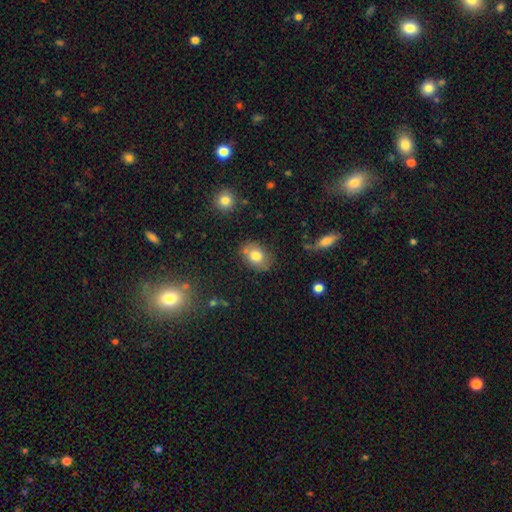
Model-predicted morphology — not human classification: smooth_or_featured: smooth (p=0.76) [alt: featured or disk p=0.14]
how_rounded: in between (p=0.65) [alt: round p=0.34]
merging: none (p=0.70) [alt: minor disturbance p=0.17]